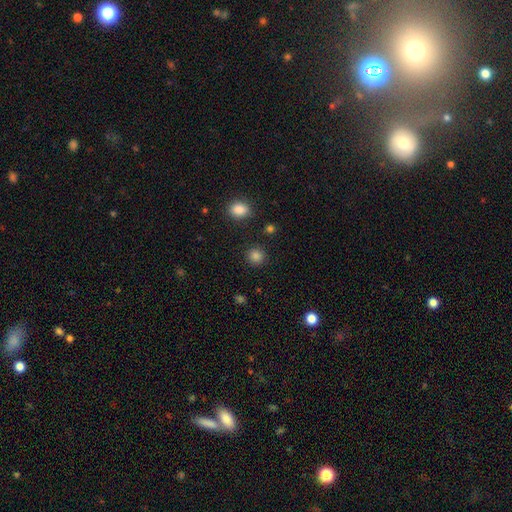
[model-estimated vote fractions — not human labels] smooth-or-featured: smooth: 85% | star or artifact: 12% | featured or disk: 3%
  how-rounded: round: 90% | in between: 9% | cigar-shaped: 1%
  merging: none: 90% | minor disturbance: 6% | major disturbance: 3% | merger: 2%